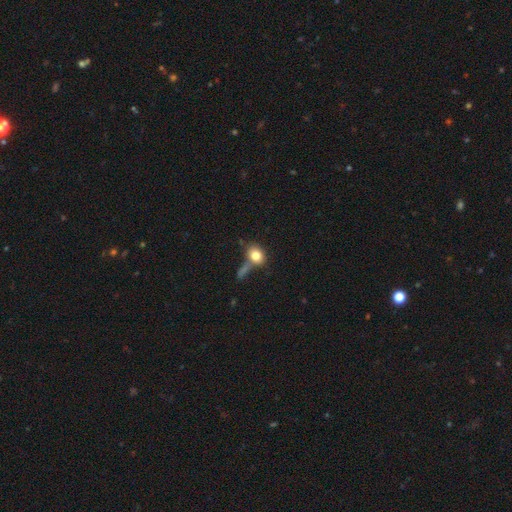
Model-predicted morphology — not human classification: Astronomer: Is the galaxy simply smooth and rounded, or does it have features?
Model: smooth — 80%.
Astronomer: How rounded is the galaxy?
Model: in between — 51% (runner-up: round, 47%).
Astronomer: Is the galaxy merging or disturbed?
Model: none — 47% (runner-up: merger, 26%).